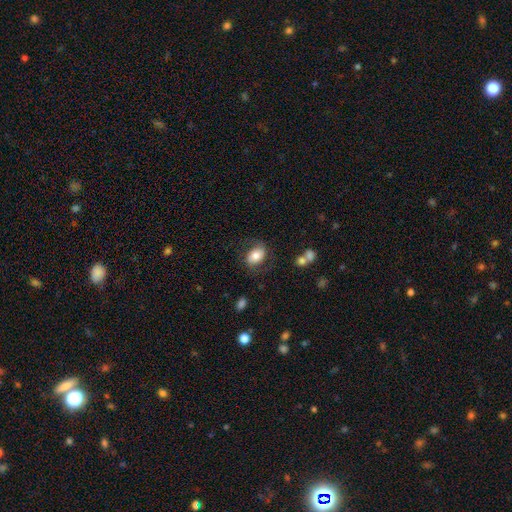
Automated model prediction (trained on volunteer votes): Morphology: type=smooth (66%); roundness=in between (77%); merging=none (66%).